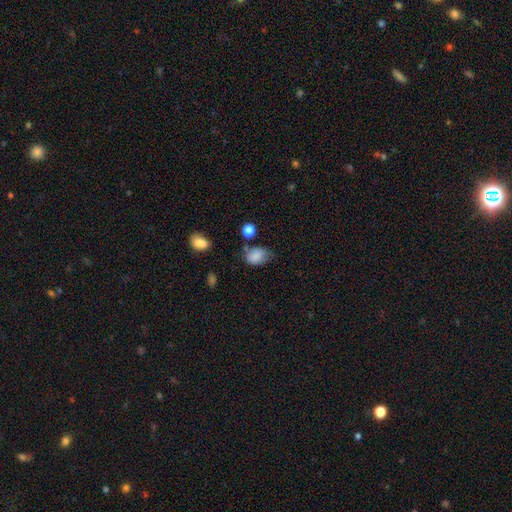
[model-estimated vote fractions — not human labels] Overall: smooth (83%). How rounded: in between (73%). Merging: none (49%; minor disturbance 34%).